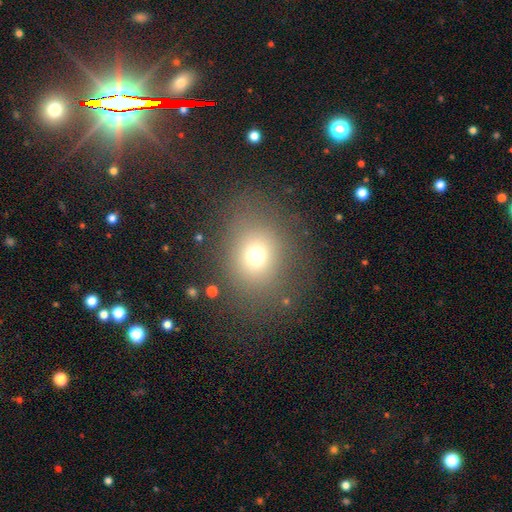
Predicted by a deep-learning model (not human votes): Overall: smooth (69%). How rounded: round (64%; in between 35%). Merging: none (76%).